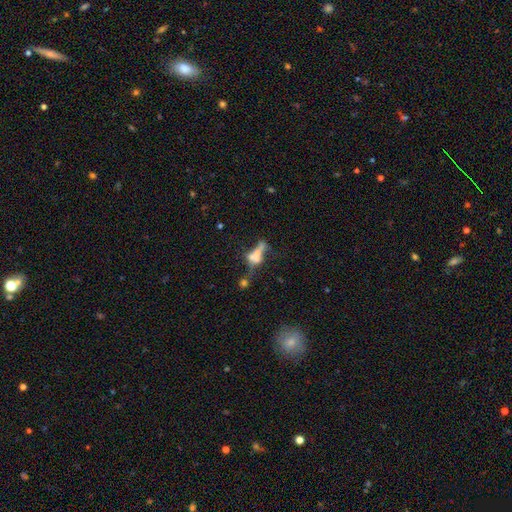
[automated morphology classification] A featured or disk galaxy (43%).

Vote fractions:
- Smooth or featured? featured or disk: 43% / smooth: 41% / star or artifact: 16%
- Merging? merger: 40% / none: 25% / major disturbance: 22% / minor disturbance: 12%